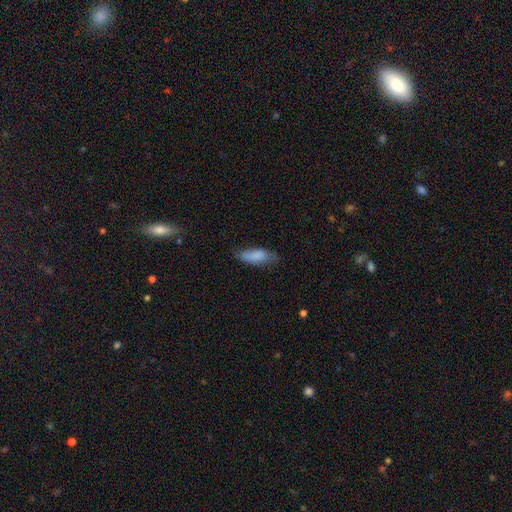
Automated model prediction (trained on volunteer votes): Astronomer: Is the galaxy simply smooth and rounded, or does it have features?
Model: smooth — 81%.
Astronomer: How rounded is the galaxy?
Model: in between — 69%.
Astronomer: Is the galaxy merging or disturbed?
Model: none — 58%.